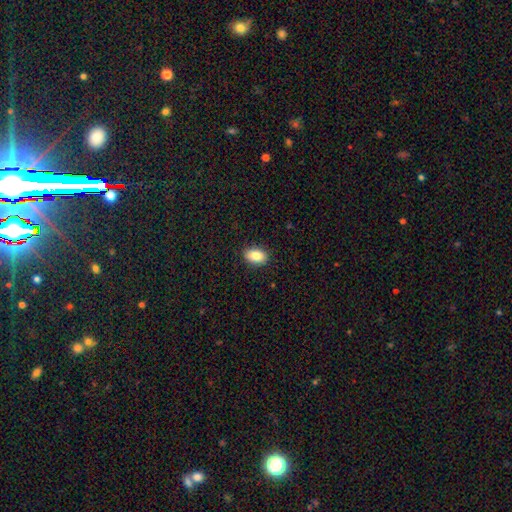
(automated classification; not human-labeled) A smooth galaxy with no disk features (85%) that is in between round and cigar-shaped (86%).

Vote fractions:
- Smooth or featured? smooth: 85% / star or artifact: 8% / featured or disk: 8%
- How rounded? in between: 86% / round: 13% / cigar-shaped: 1%
- Merging? none: 89% / minor disturbance: 8% / major disturbance: 2% / merger: 1%